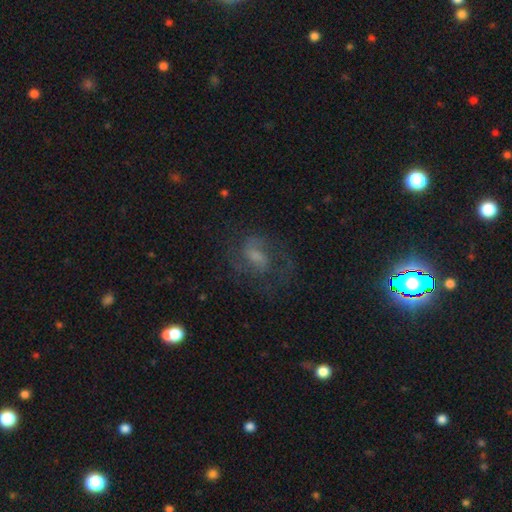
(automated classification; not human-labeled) This is likely a featured or disk galaxy (69%). It is clearly not viewed edge-on (97%). Bar: possibly weak (52%). Spiral arm pattern: clearly yes (88%). Spiral arm count: likely 2 (72%). Spiral winding: possibly medium (53%). Central bulge: marginally small (34%). Merging: likely none (60%).